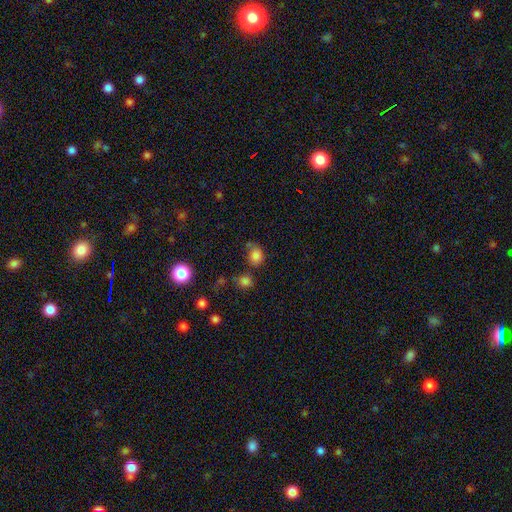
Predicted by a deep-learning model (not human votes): A smooth galaxy with no disk features (80%) that is round (67%). Merging: none (61%).